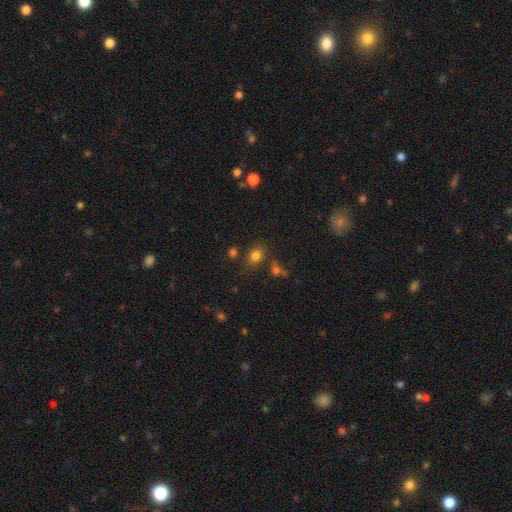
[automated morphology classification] A smooth galaxy with no disk features (78%) that is round (50%). Merging: none (74%).